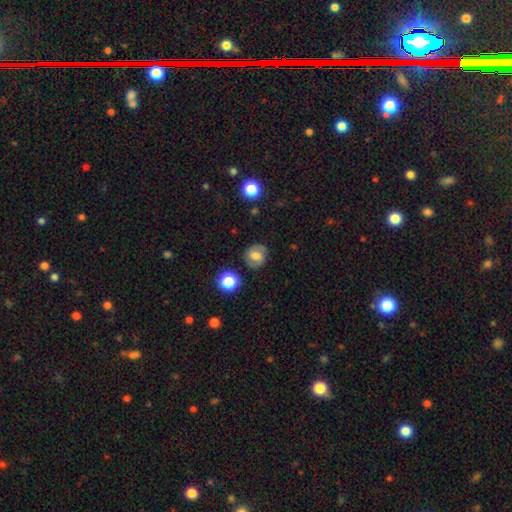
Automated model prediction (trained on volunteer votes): Overall: smooth (51%; featured or disk 39%). How rounded: round (78%). Merging: none (80%).